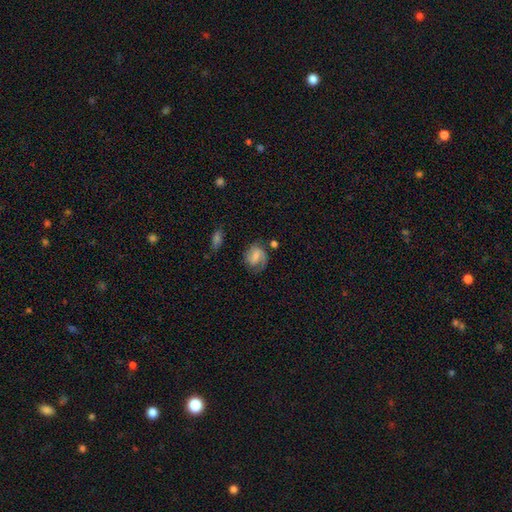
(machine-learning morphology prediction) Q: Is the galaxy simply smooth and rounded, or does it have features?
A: featured or disk — 49%.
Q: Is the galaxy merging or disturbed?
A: none — 56%.